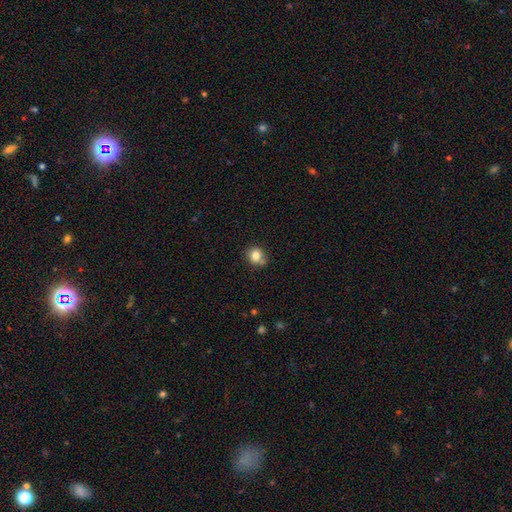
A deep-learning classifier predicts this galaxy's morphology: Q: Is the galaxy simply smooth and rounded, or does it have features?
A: smooth — 81%.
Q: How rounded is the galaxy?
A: round — 77%.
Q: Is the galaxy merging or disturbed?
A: none — 68%.